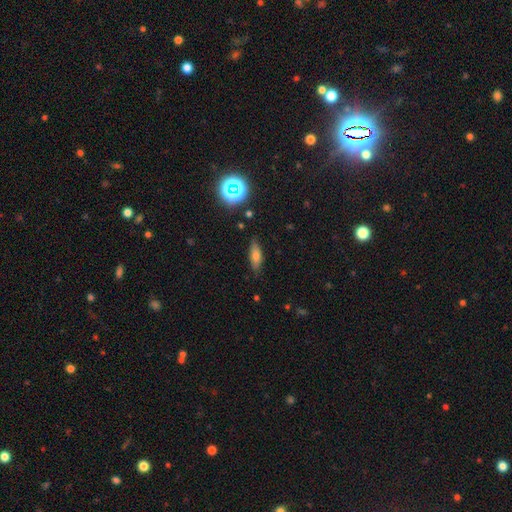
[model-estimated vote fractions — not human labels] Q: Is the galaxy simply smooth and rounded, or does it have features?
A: smooth — 66%.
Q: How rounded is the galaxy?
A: in between — 57%.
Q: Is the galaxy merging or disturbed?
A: none — 82%.